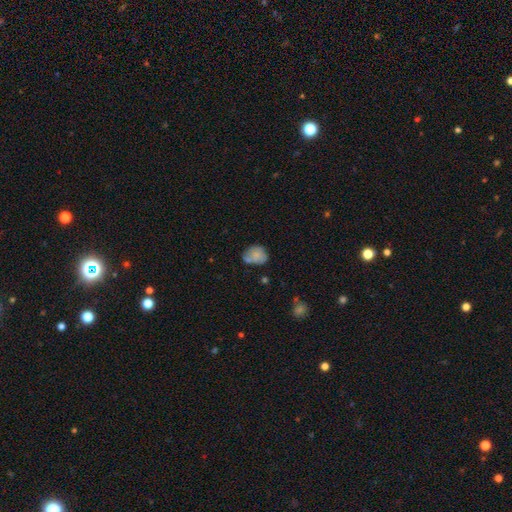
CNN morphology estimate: This is likely a smooth galaxy (70%). How rounded: possibly round (50%). Merging: possibly none (48%).